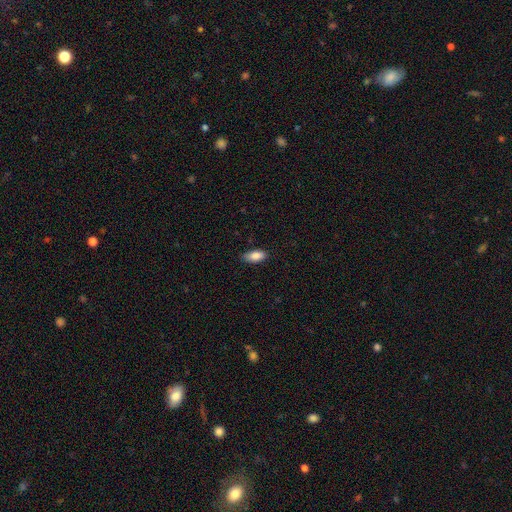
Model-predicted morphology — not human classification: smooth-or-featured: smooth: 87% | star or artifact: 7% | featured or disk: 7%
  how-rounded: in between: 88% | cigar-shaped: 10% | round: 3%
  merging: none: 82% | minor disturbance: 15% | major disturbance: 2% | merger: 1%